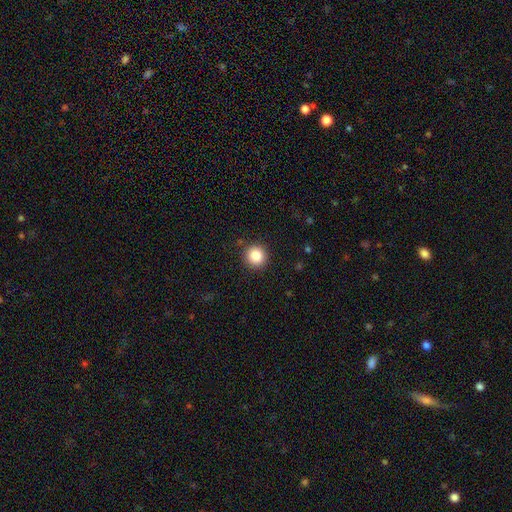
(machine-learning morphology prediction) This is clearly a smooth galaxy (85%). How rounded: clearly round (95%). Merging: clearly none (91%).